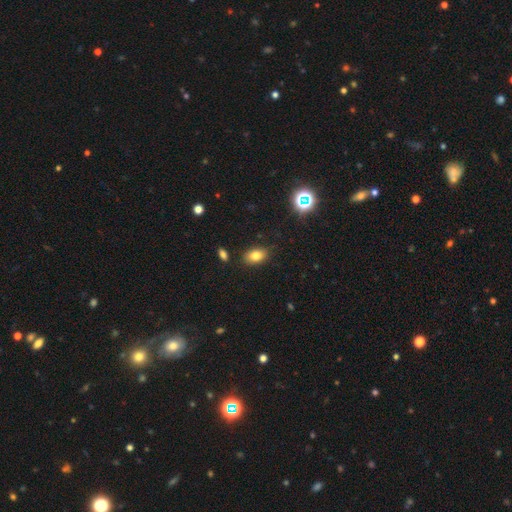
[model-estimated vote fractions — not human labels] Q: Smooth or featured?
A: smooth (79%); runner-up: star or artifact (12%)
Q: How rounded?
A: in between (86%); runner-up: round (12%)
Q: Merging?
A: none (85%); runner-up: minor disturbance (10%)